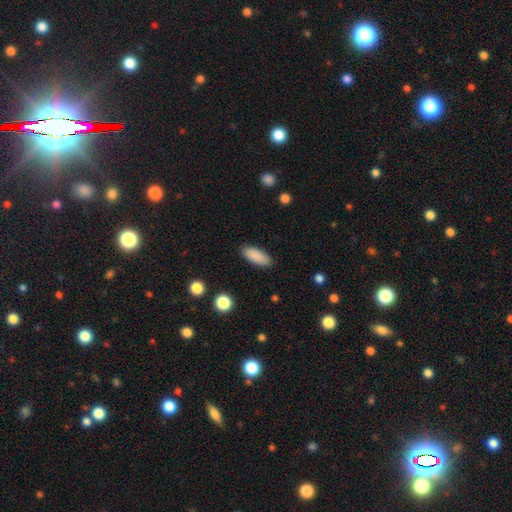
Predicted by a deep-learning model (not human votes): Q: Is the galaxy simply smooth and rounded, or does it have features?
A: smooth — 89%.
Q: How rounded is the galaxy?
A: in between — 71%.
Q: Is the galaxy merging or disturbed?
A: none — 88%.